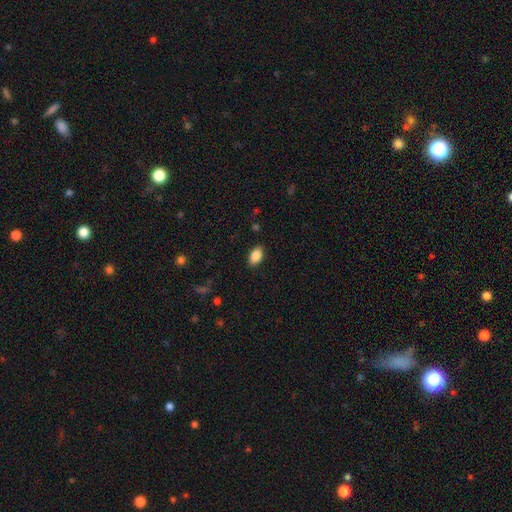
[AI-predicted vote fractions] Smooth or featured: smooth — 88% (star or artifact — 8%)
How rounded: in between — 93% (round — 5%)
Merging: none — 88% (minor disturbance — 9%)